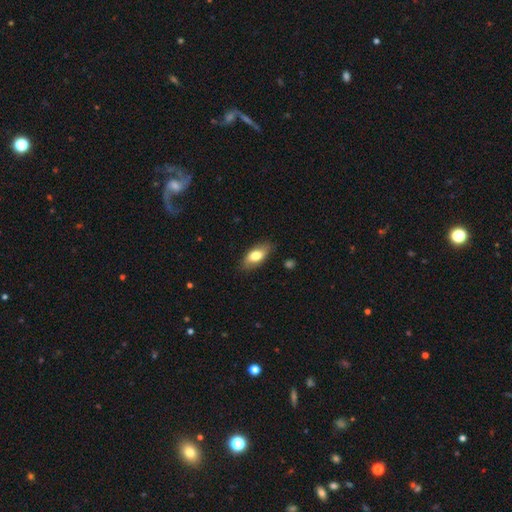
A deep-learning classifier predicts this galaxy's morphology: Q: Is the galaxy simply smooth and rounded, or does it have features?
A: smooth — 76%.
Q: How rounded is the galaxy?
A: in between — 87%.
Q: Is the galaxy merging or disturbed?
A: none — 83%.